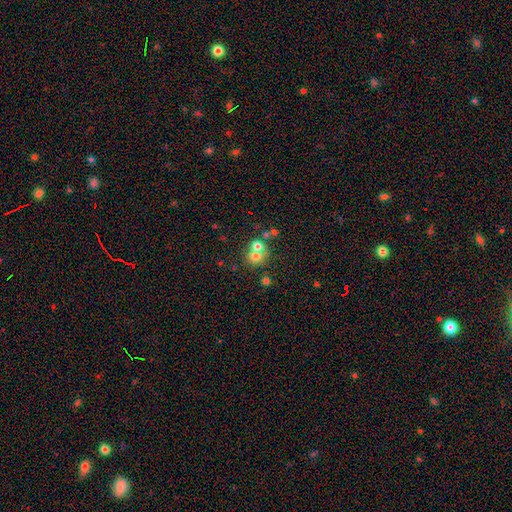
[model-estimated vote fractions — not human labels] smooth_or_featured: smooth (p=0.69) [alt: featured or disk p=0.18]
how_rounded: round (p=0.80) [alt: in between p=0.19]
merging: merger (p=0.52) [alt: none p=0.38]